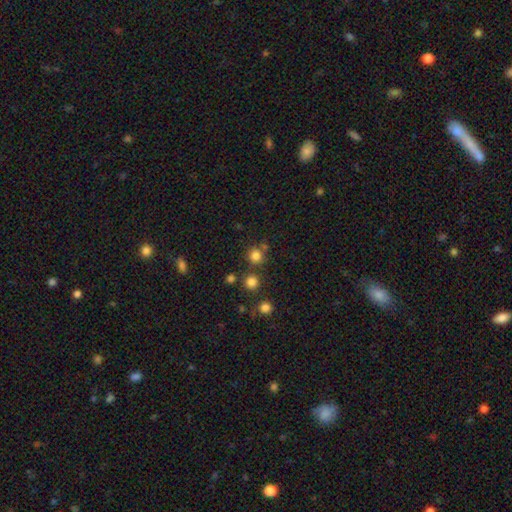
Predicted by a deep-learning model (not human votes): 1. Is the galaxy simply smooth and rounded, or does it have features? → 79% smooth, 16% star or artifact, 5% featured or disk.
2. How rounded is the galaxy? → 92% round, 7% in between, 1% cigar-shaped.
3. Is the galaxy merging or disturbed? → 76% none, 13% merger, 8% minor disturbance, 3% major disturbance.